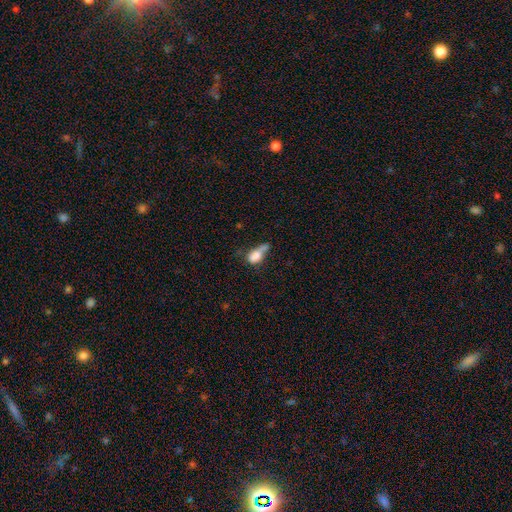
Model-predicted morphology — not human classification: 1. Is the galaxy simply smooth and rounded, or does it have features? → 71% smooth, 19% featured or disk, 10% star or artifact.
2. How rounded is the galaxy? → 78% in between, 11% cigar-shaped, 11% round.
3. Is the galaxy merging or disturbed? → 32% major disturbance, 27% minor disturbance, 21% none, 19% merger.